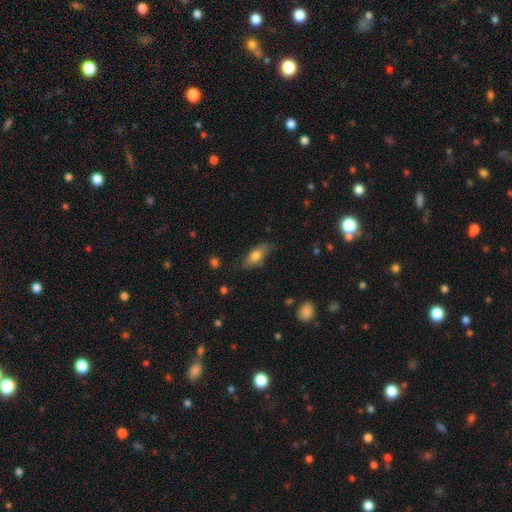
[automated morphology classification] Smooth or featured?
  - smooth: 67% *
  - featured or disk: 26%
  - star or artifact: 7%
How rounded?
  - in between: 74% *
  - cigar-shaped: 22%
  - round: 4%
Merging?
  - none: 74% *
  - minor disturbance: 19%
  - major disturbance: 5%
  - merger: 2%